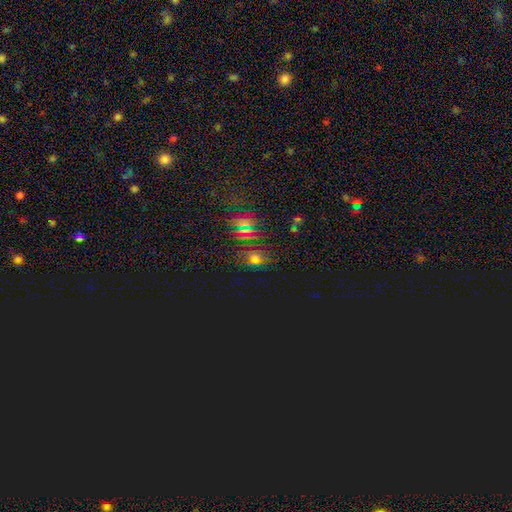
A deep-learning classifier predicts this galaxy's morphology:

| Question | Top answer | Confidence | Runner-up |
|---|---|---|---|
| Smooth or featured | star or artifact | 55% | smooth (36%) |